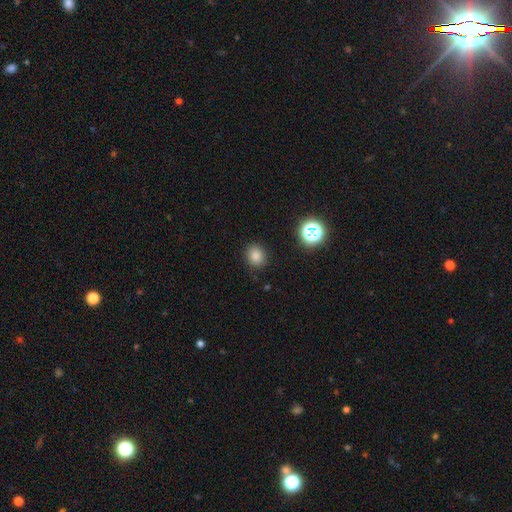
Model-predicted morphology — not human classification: The model was most divided on "how rounded": round: 75%, in between: 24%, cigar-shaped: 1%. More confident: merging — none (88%); smooth or featured — smooth (81%).